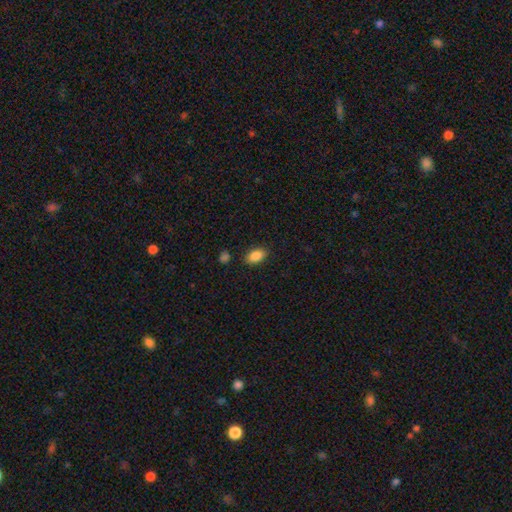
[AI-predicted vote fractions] Smooth or featured: smooth — 87% (star or artifact — 8%)
How rounded: in between — 91% (round — 6%)
Merging: none — 85% (minor disturbance — 10%)